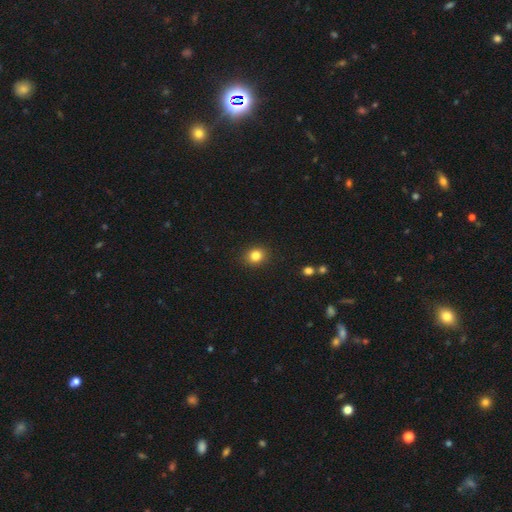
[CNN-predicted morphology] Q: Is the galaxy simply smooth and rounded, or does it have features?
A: smooth — 83%.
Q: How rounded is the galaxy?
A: round — 75%.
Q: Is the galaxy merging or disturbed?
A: none — 91%.